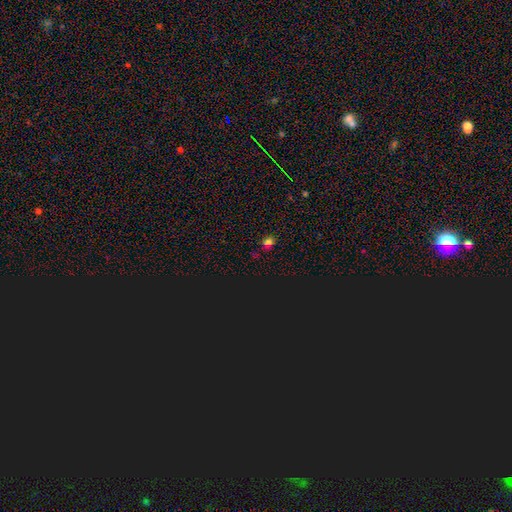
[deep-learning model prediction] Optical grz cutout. It shows a smooth galaxy with no disk features (49%). Merging: none (81%).